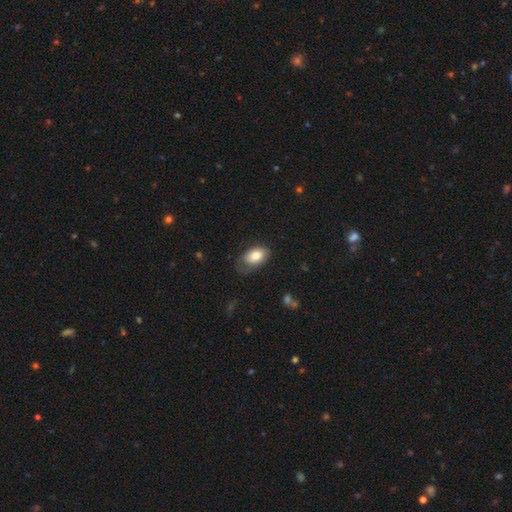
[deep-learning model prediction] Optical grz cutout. It shows a smooth galaxy with no disk features (79%) that is in between round and cigar-shaped (92%). Merging: none (55%).